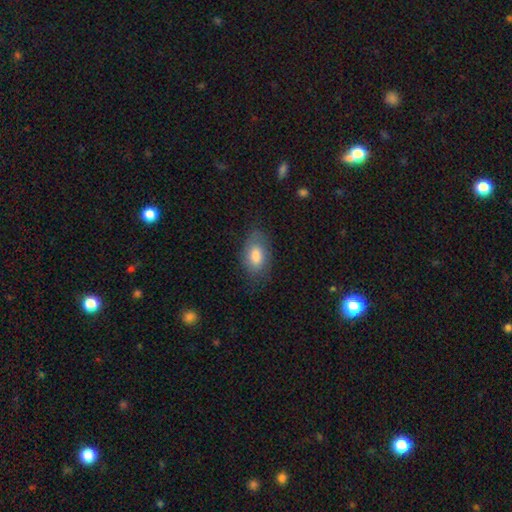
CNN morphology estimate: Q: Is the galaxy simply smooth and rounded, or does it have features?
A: smooth — 76%.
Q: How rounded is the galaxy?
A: in between — 91%.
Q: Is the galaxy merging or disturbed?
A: none — 69%.